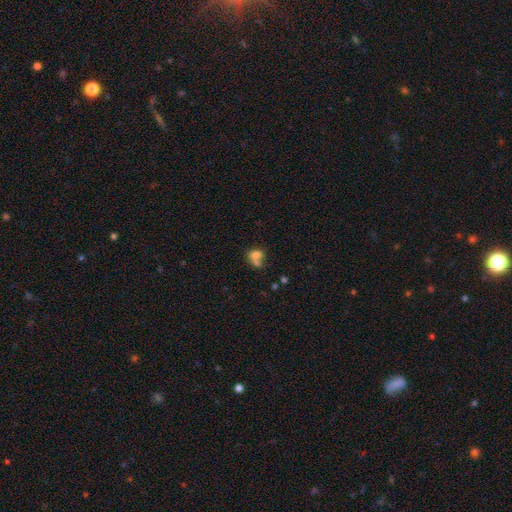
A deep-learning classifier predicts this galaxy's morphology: Q: Smooth or featured?
A: smooth (72%); runner-up: featured or disk (15%)
Q: How rounded?
A: in between (52%); runner-up: round (47%)
Q: Merging?
A: merger (51%); runner-up: none (27%)